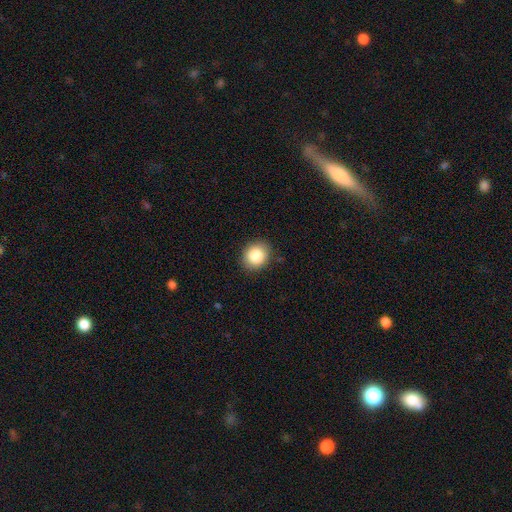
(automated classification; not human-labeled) Q: Smooth or featured?
A: smooth (86%); runner-up: star or artifact (9%)
Q: How rounded?
A: round (70%); runner-up: in between (29%)
Q: Merging?
A: none (88%); runner-up: minor disturbance (9%)